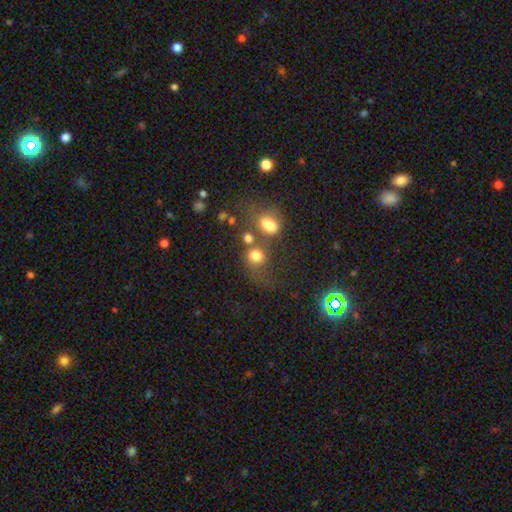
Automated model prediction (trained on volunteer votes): The model was most divided on "merging": none: 38%, merger: 36%, major disturbance: 13%, minor disturbance: 12%. More confident: smooth or featured — smooth (75%); how rounded — round (72%).